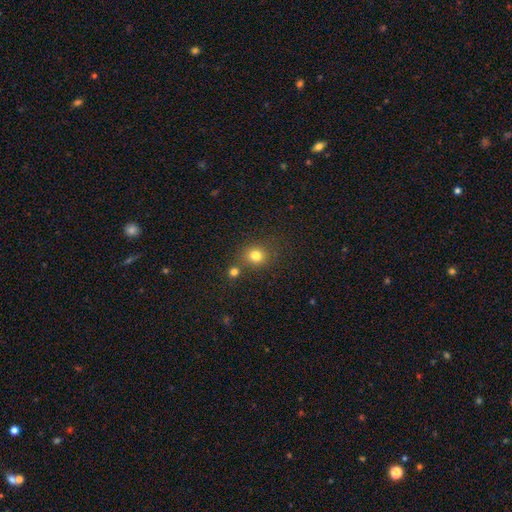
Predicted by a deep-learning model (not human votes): The model was most divided on "merging": none: 70%, merger: 16%, minor disturbance: 10%, major disturbance: 4%. More confident: how rounded — round (82%); smooth or featured — smooth (78%).